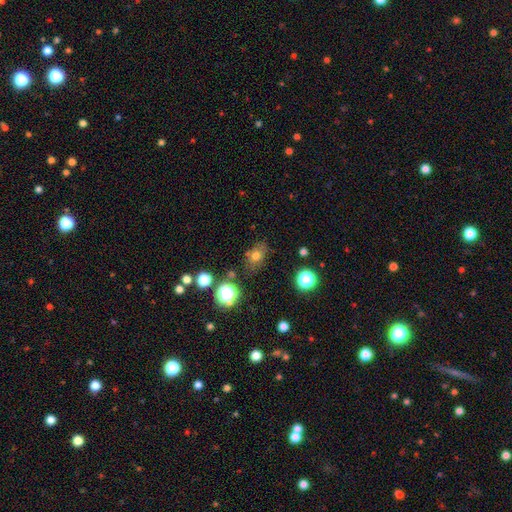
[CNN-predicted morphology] smooth-or-featured: smooth: 70% | star or artifact: 17% | featured or disk: 13%
  how-rounded: in between: 64% | round: 34% | cigar-shaped: 2%
  merging: none: 75% | minor disturbance: 16% | merger: 5% | major disturbance: 5%